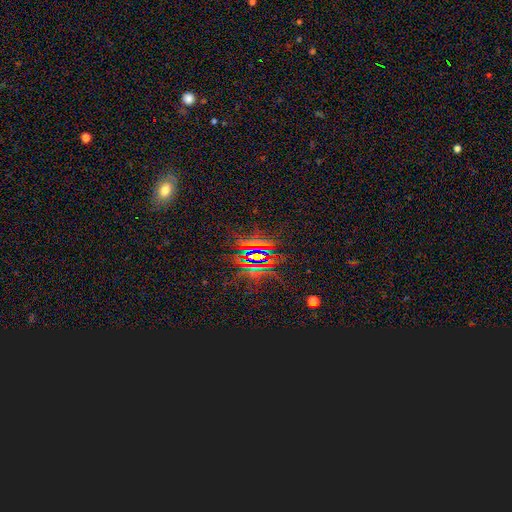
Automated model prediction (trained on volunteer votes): Overall: star or artifact (81%).